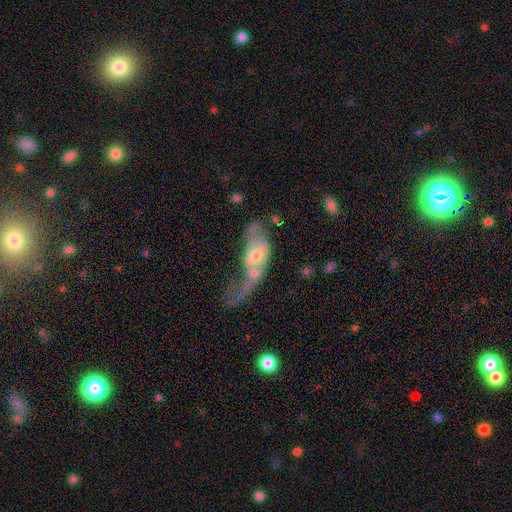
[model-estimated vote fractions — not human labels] featured or disk 65%, smooth 29%, star or artifact 7%. Down the decision tree: edge-on disk — no (88%); bar — no (61%); spiral arms — yes (58%); bulge size — moderate (54%); merging — major disturbance (41%).